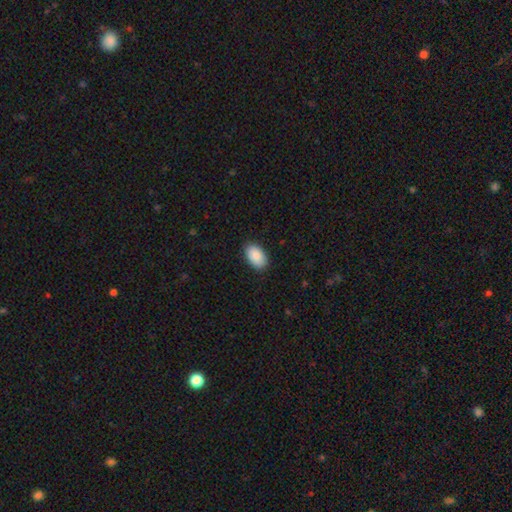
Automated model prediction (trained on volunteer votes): A smooth galaxy with no disk features (89%) that is in between round and cigar-shaped (93%).

Vote fractions:
- Smooth or featured? smooth: 89% / star or artifact: 6% / featured or disk: 4%
- How rounded? in between: 93% / round: 6% / cigar-shaped: 1%
- Merging? none: 88% / minor disturbance: 9% / major disturbance: 2% / merger: 1%